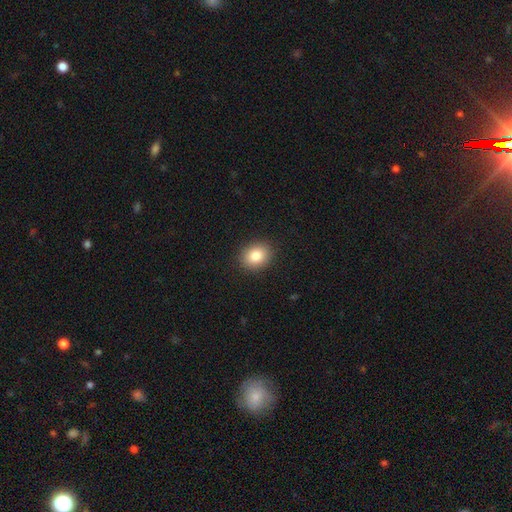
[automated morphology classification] smooth-or-featured: smooth: 85% | star or artifact: 9% | featured or disk: 6%
  how-rounded: in between: 51% | round: 48% | cigar-shaped: 1%
  merging: none: 90% | minor disturbance: 7% | major disturbance: 2% | merger: 1%